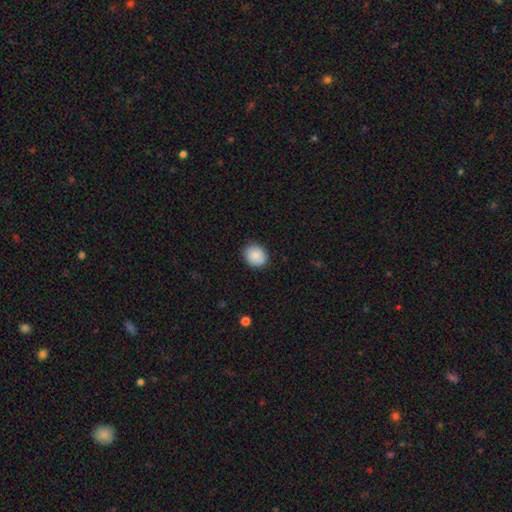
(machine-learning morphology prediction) This appears to be a smooth galaxy with no disk features (84%) that is round (70%). Merging: none (85%).